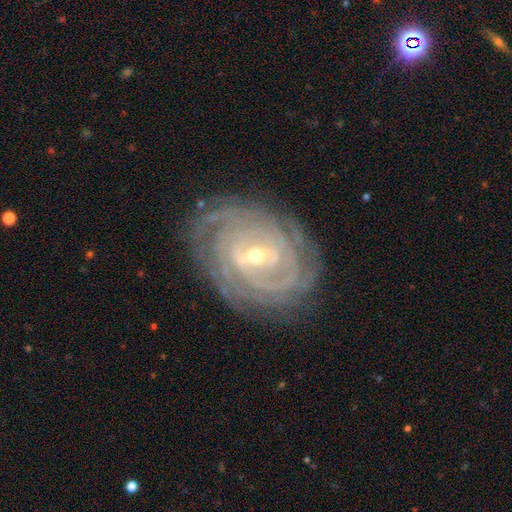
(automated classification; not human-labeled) This is clearly a featured or disk galaxy (90%). It is clearly not viewed edge-on (96%). Bar: possibly weak (47%). Spiral arm pattern: clearly yes (97%). Spiral arm count: marginally can't tell (28%). Spiral winding: clearly tight (84%). Central bulge: possibly small (57%). Merging: clearly none (82%).